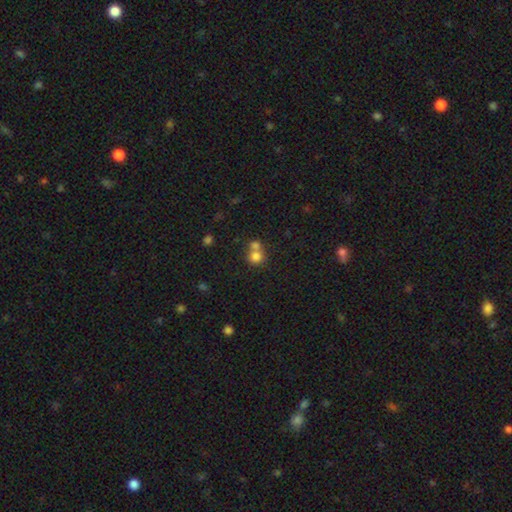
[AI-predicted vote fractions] This is likely a smooth galaxy (78%). How rounded: clearly round (85%). Merging: possibly merger (49%).